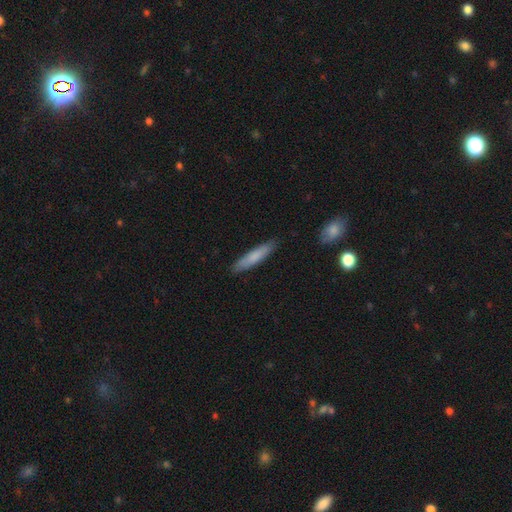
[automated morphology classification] smooth-or-featured: smooth: 78% | featured or disk: 16% | star or artifact: 5%
  how-rounded: cigar-shaped: 84% | in between: 14% | round: 1%
  merging: none: 87% | minor disturbance: 10% | major disturbance: 2% | merger: 1%